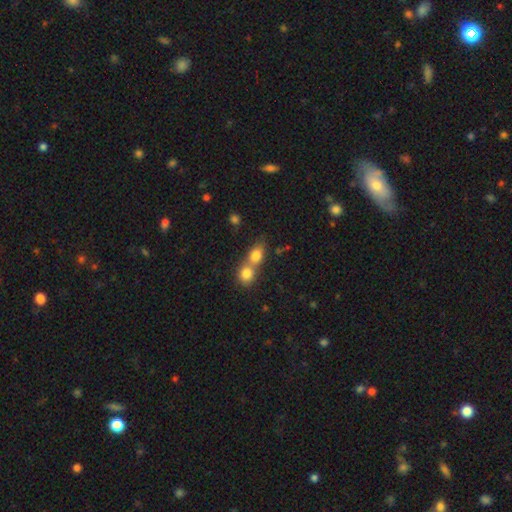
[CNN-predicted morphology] This is clearly a smooth galaxy (80%). How rounded: possibly in between (55%). Merging: likely merger (65%).